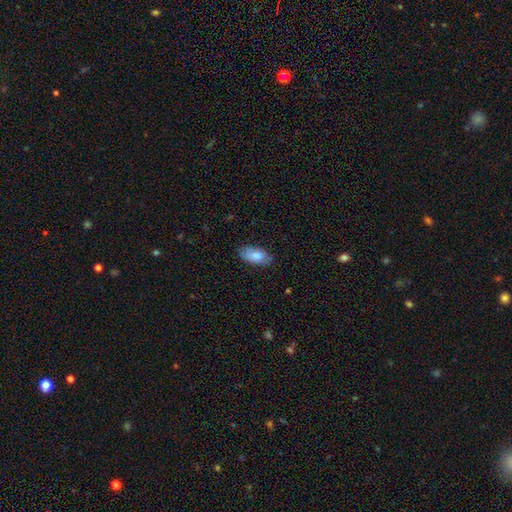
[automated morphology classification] smooth_or_featured: smooth (p=0.82) [alt: featured or disk p=0.12]
how_rounded: in between (p=0.91) [alt: cigar-shaped p=0.07]
merging: none (p=0.73) [alt: minor disturbance p=0.21]